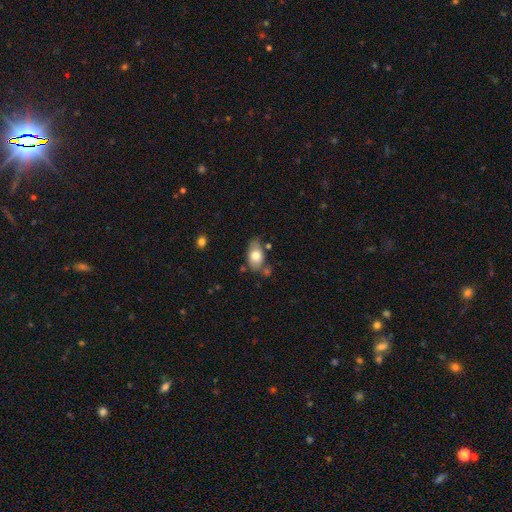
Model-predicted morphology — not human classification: This is likely a smooth galaxy (75%). How rounded: clearly in between (87%). Merging: possibly none (59%).